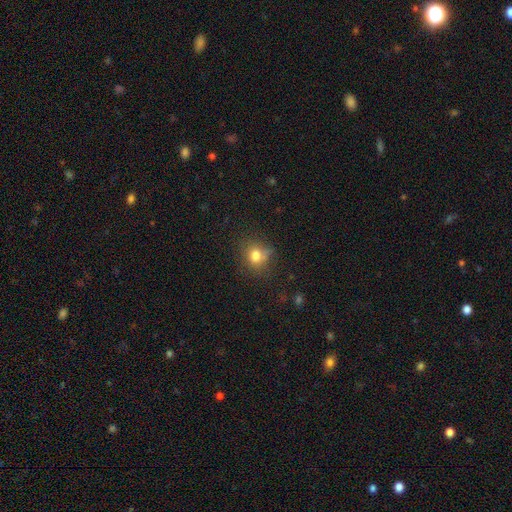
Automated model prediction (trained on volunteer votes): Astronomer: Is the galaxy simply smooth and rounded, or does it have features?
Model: smooth — 77%.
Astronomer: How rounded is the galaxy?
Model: round — 70%.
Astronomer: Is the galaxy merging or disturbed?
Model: none — 65%.